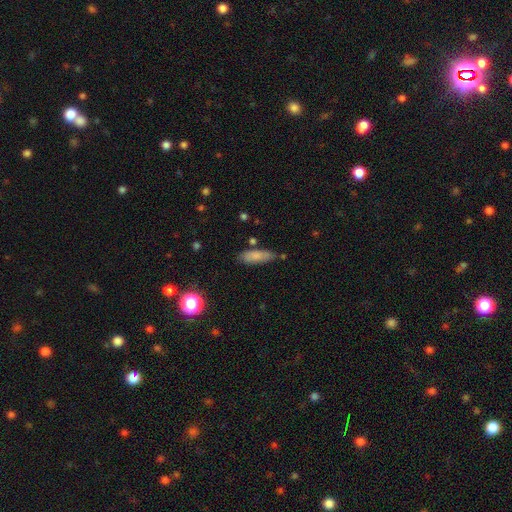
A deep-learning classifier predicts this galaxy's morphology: This appears to be a smooth galaxy with no disk features (80%) that is in between round and cigar-shaped (53%). Merging: none (72%).